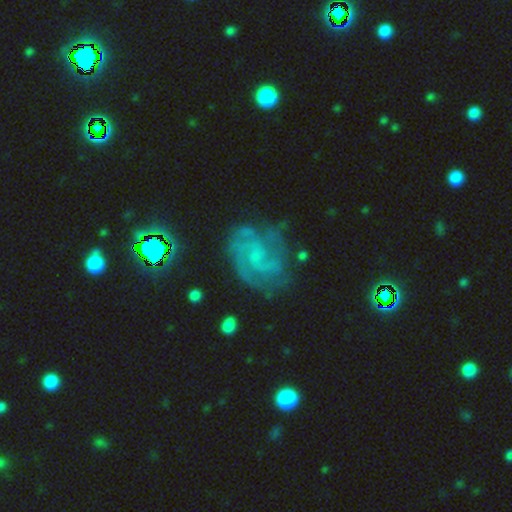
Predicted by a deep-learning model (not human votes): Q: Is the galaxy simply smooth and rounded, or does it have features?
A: featured or disk — 77%.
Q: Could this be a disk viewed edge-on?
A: no — 98%.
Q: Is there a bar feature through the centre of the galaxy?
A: no — 58%.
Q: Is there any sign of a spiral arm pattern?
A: yes — 92%.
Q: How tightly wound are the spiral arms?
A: medium — 45%.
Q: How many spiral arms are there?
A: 2 — 36%.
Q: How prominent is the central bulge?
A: small — 54%.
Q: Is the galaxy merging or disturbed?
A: none — 65%.